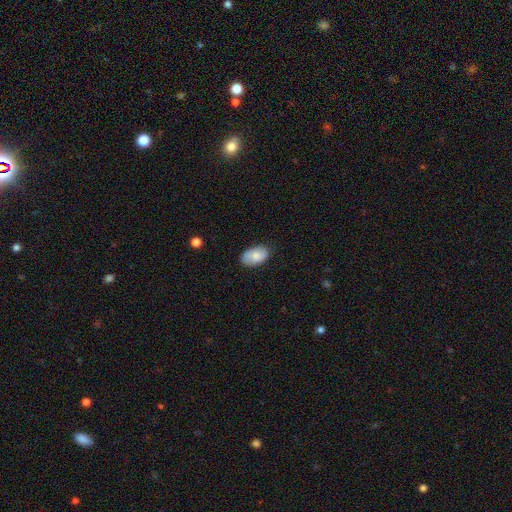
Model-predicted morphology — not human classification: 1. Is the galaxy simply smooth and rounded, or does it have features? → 73% smooth, 21% featured or disk, 7% star or artifact.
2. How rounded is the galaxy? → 92% in between, 6% round, 1% cigar-shaped.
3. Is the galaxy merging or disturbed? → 82% none, 14% minor disturbance, 3% major disturbance, 1% merger.